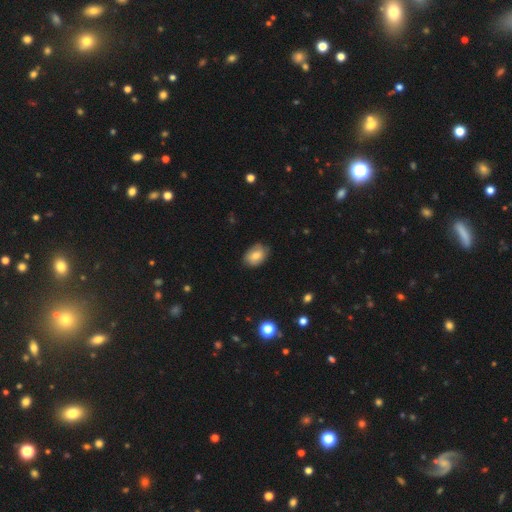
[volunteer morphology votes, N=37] Smooth or featured?
  - smooth: 81% *
  - featured or disk: 14%
  - star or artifact: 5%
How rounded?
  - in between: 87% *
  - round: 13%
  - cigar-shaped: 0%
Merging?
  - none: 74% *
  - minor disturbance: 20%
  - major disturbance: 6%
  - merger: 0%